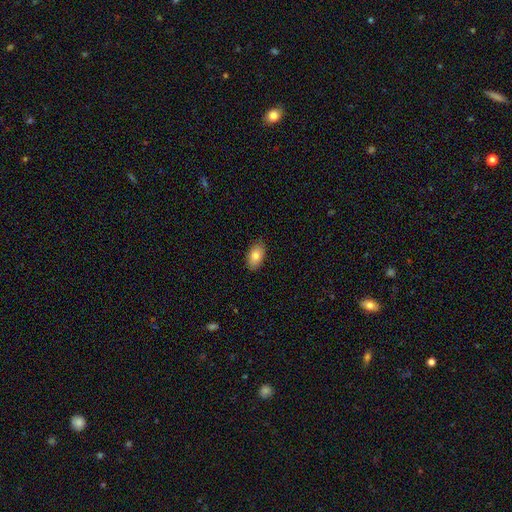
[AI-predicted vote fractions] The model was most divided on "smooth or featured": smooth: 82%, featured or disk: 11%, star or artifact: 7%. More confident: how rounded — in between (92%); merging — none (85%).